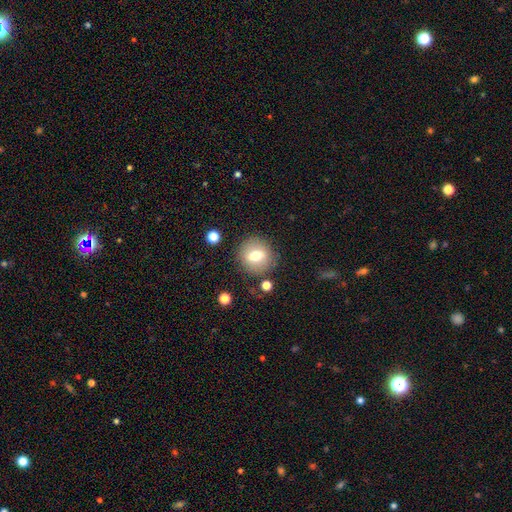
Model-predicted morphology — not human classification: A smooth galaxy with no disk features (65%) that is round (85%).

Vote fractions:
- Smooth or featured? smooth: 65% / featured or disk: 25% / star or artifact: 10%
- How rounded? round: 85% / in between: 14% / cigar-shaped: 1%
- Merging? none: 85% / minor disturbance: 9% / major disturbance: 4% / merger: 3%